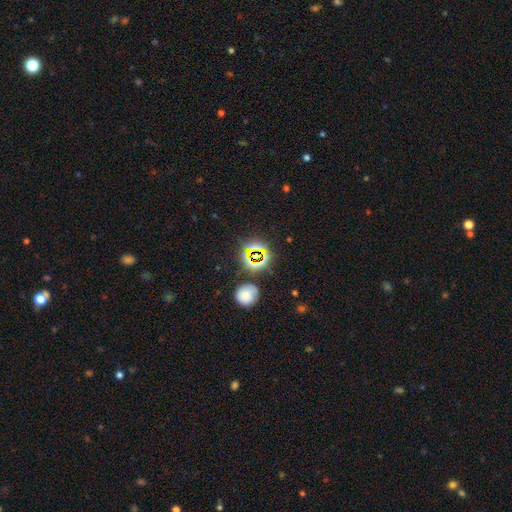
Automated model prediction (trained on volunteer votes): Morphology: type=star or artifact (67%).